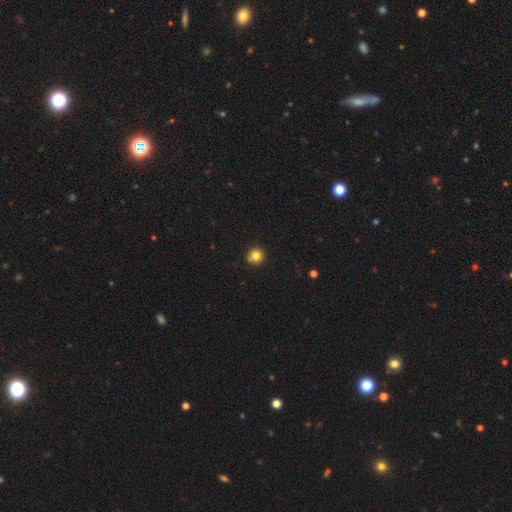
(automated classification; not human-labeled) Smooth or featured? smooth (81%)
How rounded? round (93%)
Merging? none (80%)